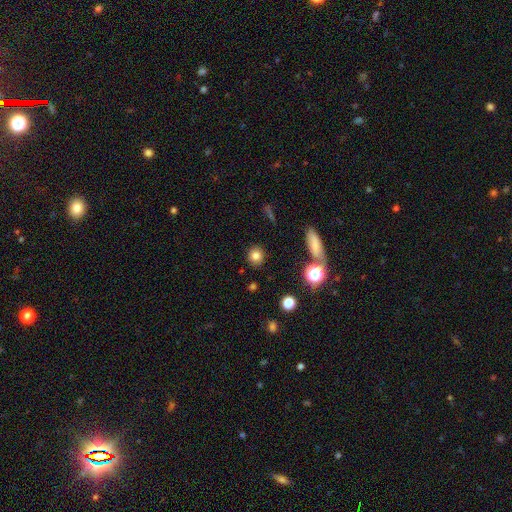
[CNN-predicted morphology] Smooth or featured: smooth — 80% (star or artifact — 13%)
How rounded: round — 84% (in between — 15%)
Merging: none — 87% (minor disturbance — 8%)